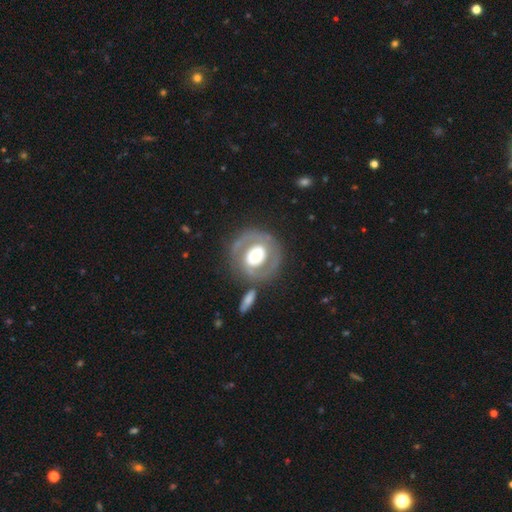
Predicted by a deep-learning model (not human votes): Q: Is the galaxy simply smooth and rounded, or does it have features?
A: featured or disk — 60%.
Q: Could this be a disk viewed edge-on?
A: no — 95%.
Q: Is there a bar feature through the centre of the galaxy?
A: no — 74%.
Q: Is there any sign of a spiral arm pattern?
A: no — 68%.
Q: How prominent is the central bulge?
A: moderate — 49%.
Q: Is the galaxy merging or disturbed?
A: none — 71%.